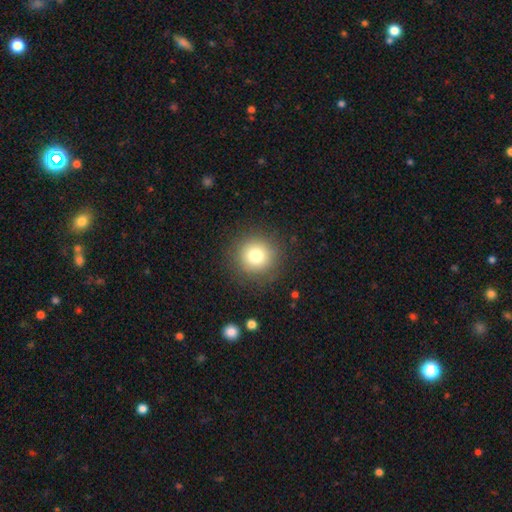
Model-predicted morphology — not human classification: This is likely a smooth galaxy (78%). How rounded: clearly round (94%). Merging: clearly none (89%).